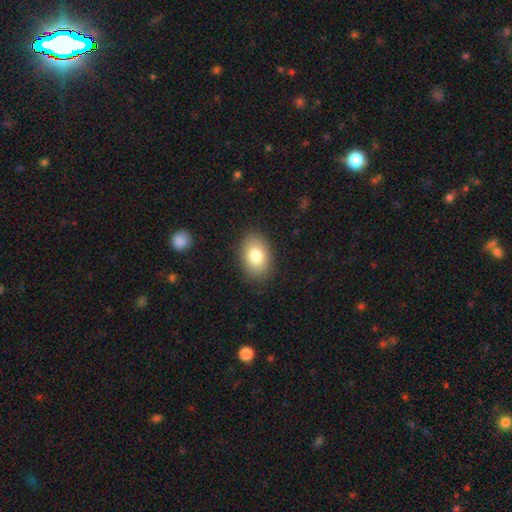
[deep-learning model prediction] Overall: smooth (81%). How rounded: in between (85%). Merging: none (87%).